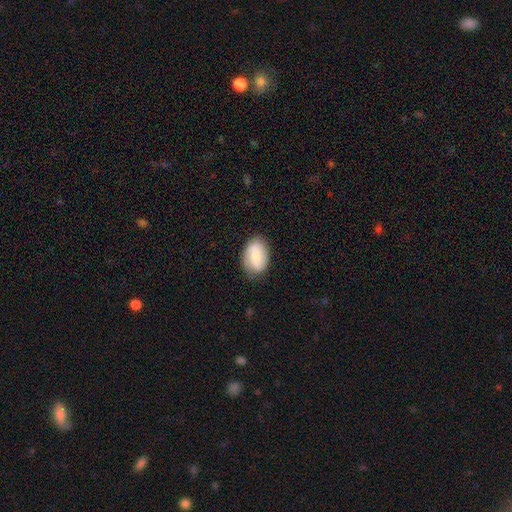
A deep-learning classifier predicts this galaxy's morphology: Smooth or featured?
  - smooth: 61% *
  - featured or disk: 32%
  - star or artifact: 8%
How rounded?
  - in between: 86% *
  - round: 13%
  - cigar-shaped: 1%
Merging?
  - none: 75% *
  - minor disturbance: 19%
  - major disturbance: 5%
  - merger: 1%